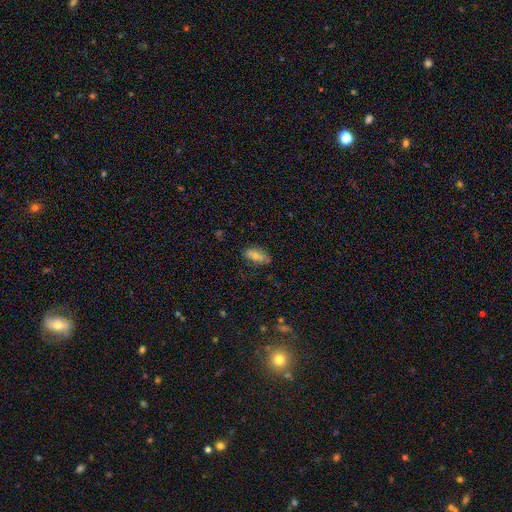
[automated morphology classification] smooth_or_featured: smooth (p=0.68) [alt: featured or disk p=0.24]
how_rounded: in between (p=0.89) [alt: cigar-shaped p=0.07]
merging: none (p=0.74) [alt: minor disturbance p=0.19]